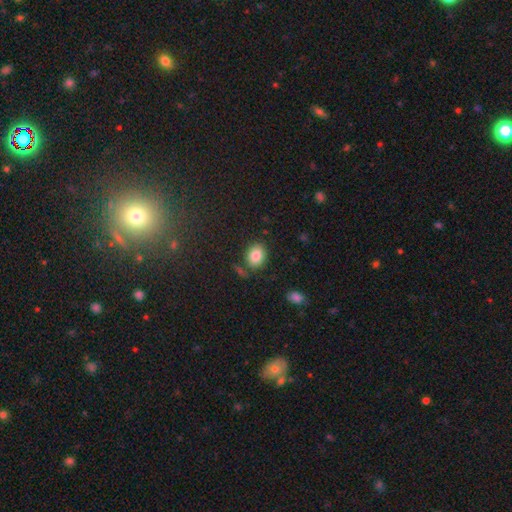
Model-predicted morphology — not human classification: smooth_or_featured: smooth (p=0.83) [alt: star or artifact p=0.09]
how_rounded: in between (p=0.65) [alt: round p=0.34]
merging: none (p=0.77) [alt: minor disturbance p=0.13]